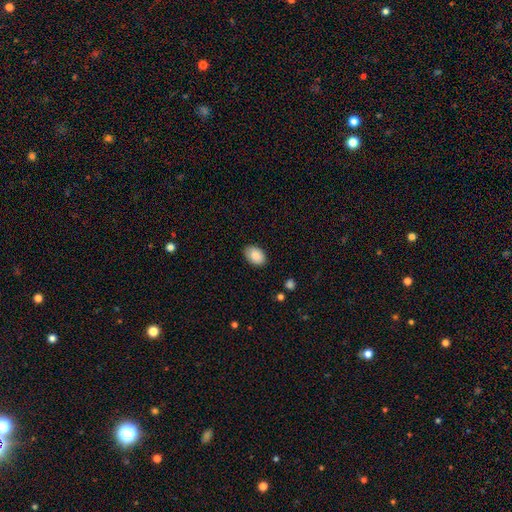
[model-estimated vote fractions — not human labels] Smooth or featured: smooth — 87% (star or artifact — 7%)
How rounded: in between — 88% (round — 11%)
Merging: none — 86% (minor disturbance — 10%)